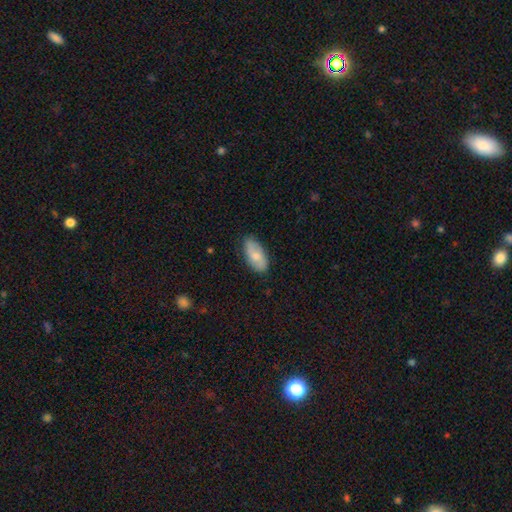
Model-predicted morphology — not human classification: A smooth galaxy with no disk features (68%) that is in between round and cigar-shaped (92%). Merging: none (82%).